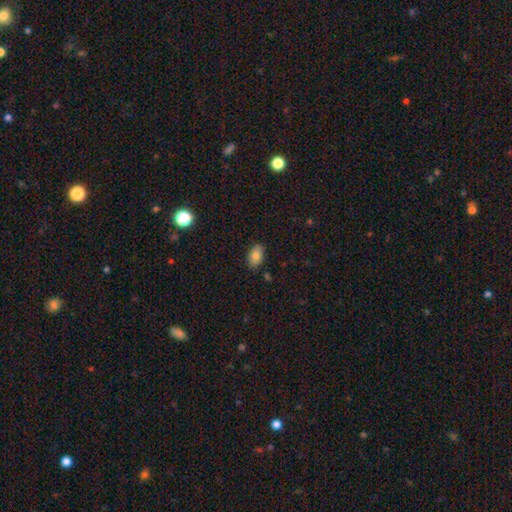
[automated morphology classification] smooth_or_featured: smooth (p=0.81) [alt: featured or disk p=0.10]
how_rounded: in between (p=0.90) [alt: round p=0.08]
merging: none (p=0.85) [alt: minor disturbance p=0.12]